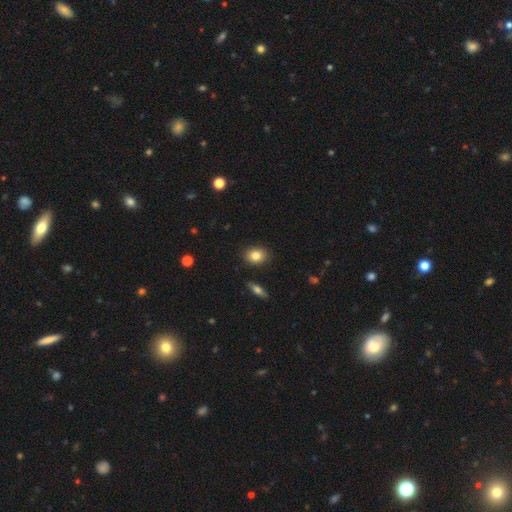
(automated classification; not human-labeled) Smooth or featured?
  - smooth: 83% *
  - star or artifact: 9%
  - featured or disk: 8%
How rounded?
  - in between: 54% *
  - round: 45%
  - cigar-shaped: 2%
Merging?
  - none: 88% *
  - minor disturbance: 8%
  - major disturbance: 2%
  - merger: 2%